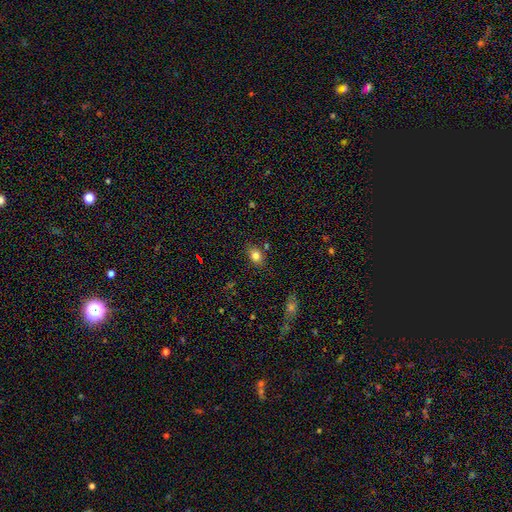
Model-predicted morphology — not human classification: smooth-or-featured: smooth: 81% | star or artifact: 11% | featured or disk: 8%
  how-rounded: in between: 67% | round: 31% | cigar-shaped: 2%
  merging: none: 77% | minor disturbance: 15% | merger: 5% | major disturbance: 3%